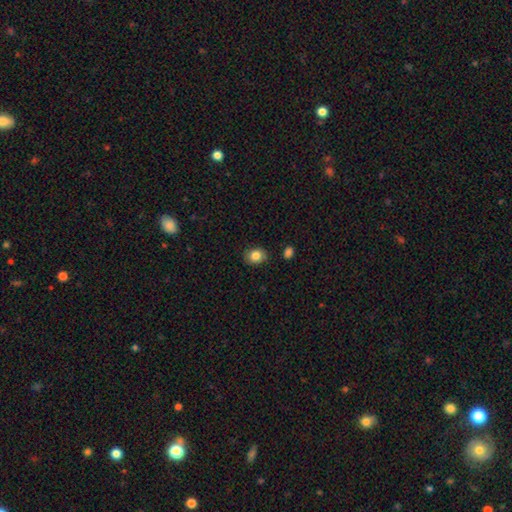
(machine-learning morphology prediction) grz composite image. It shows a smooth galaxy with no disk features (84%) that is in between round and cigar-shaped (50%). Merging: none (84%).